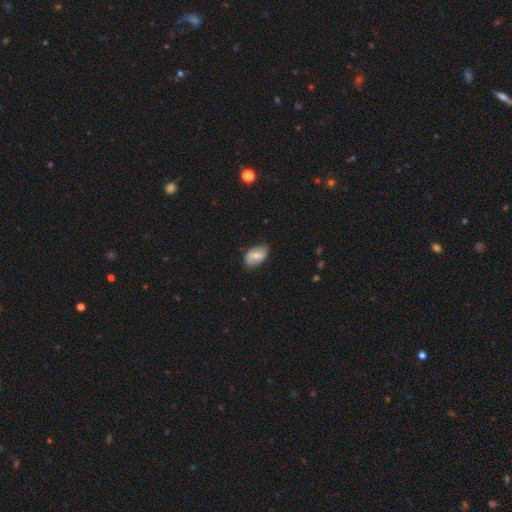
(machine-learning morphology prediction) Smooth or featured?
  - smooth: 57% *
  - featured or disk: 35%
  - star or artifact: 7%
How rounded?
  - in between: 90% *
  - round: 8%
  - cigar-shaped: 2%
Merging?
  - none: 72% *
  - minor disturbance: 22%
  - major disturbance: 4%
  - merger: 1%